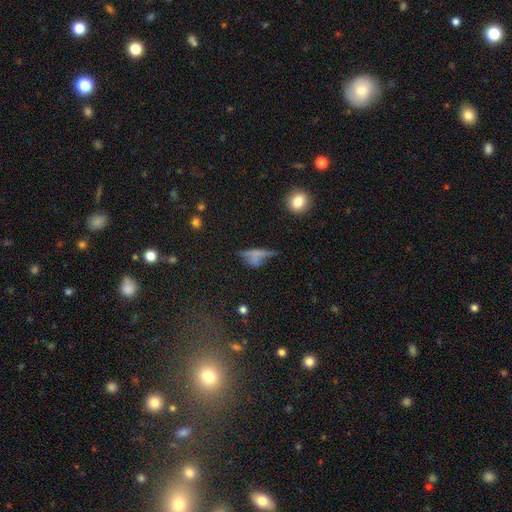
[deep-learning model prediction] smooth-or-featured: smooth: 47% | featured or disk: 31% | star or artifact: 22%
  merging: none: 42% | major disturbance: 21% | minor disturbance: 19% | merger: 18%